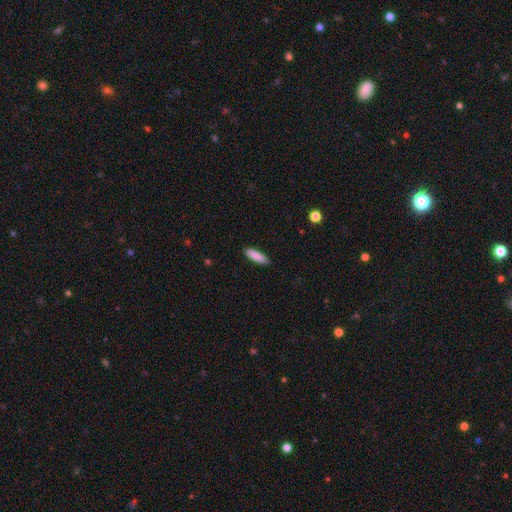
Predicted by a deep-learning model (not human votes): This appears to be a smooth galaxy with no disk features (88%) that is cigar-shaped (63%). Merging: none (89%).